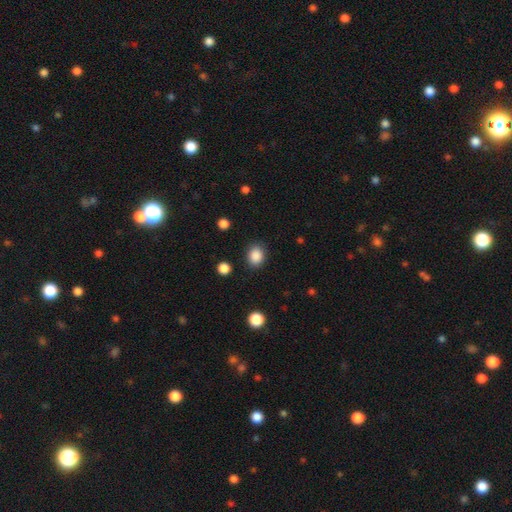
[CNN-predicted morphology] Smooth or featured?
  - smooth: 88% *
  - star or artifact: 9%
  - featured or disk: 3%
How rounded?
  - in between: 51% *
  - round: 48%
  - cigar-shaped: 1%
Merging?
  - none: 86% *
  - minor disturbance: 10%
  - major disturbance: 3%
  - merger: 2%